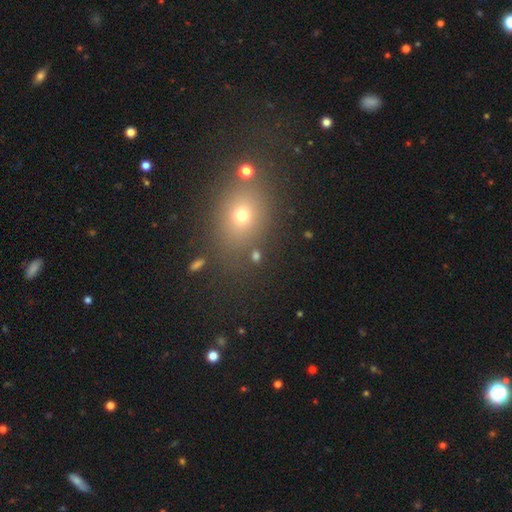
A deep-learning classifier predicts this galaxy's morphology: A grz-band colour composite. It shows a smooth galaxy with no disk features (62%) that is round (57%). Merging: none (76%).